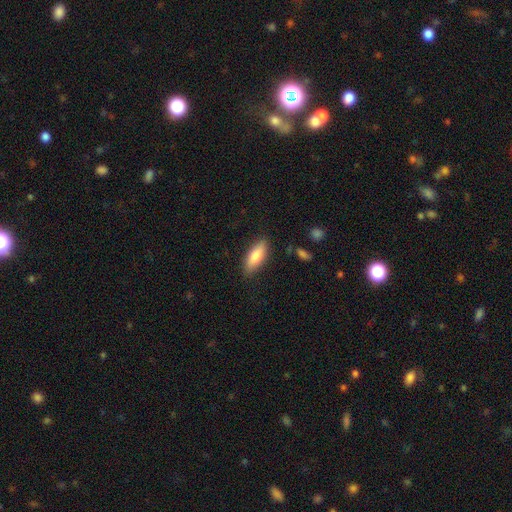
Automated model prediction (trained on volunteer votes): Q: Smooth or featured?
A: smooth (79%); runner-up: featured or disk (15%)
Q: How rounded?
A: in between (67%); runner-up: cigar-shaped (31%)
Q: Merging?
A: none (84%); runner-up: minor disturbance (12%)